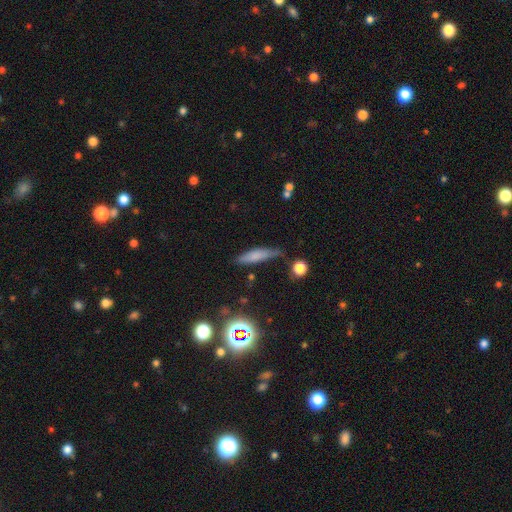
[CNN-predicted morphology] A smooth galaxy with no disk features (68%) that is cigar-shaped (72%). Merging: none (65%).